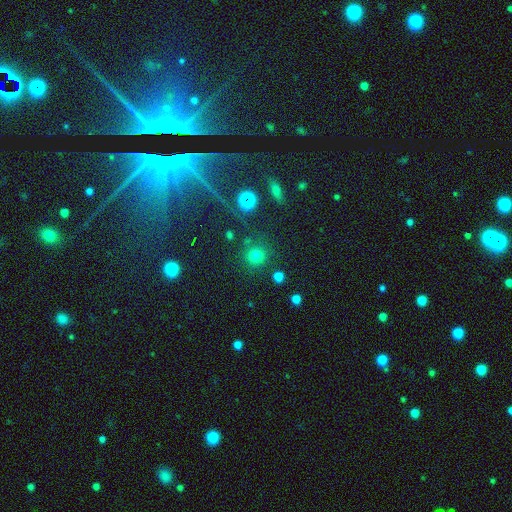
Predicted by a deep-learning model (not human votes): Smooth or featured: smooth — 69% (star or artifact — 24%)
How rounded: round — 92% (in between — 7%)
Merging: none — 82% (minor disturbance — 9%)